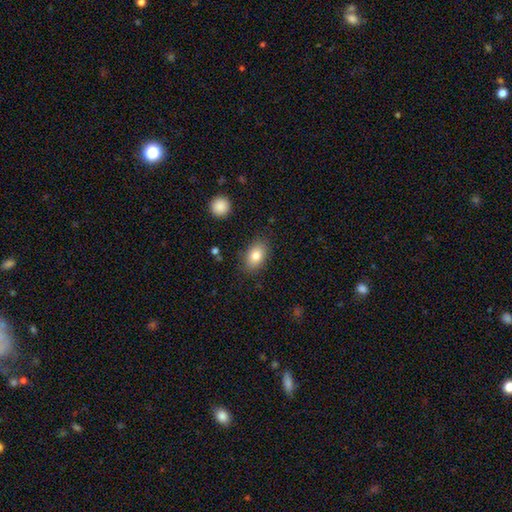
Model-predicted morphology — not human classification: smooth-or-featured: smooth: 83% | featured or disk: 10% | star or artifact: 8%
  how-rounded: in between: 86% | round: 12% | cigar-shaped: 2%
  merging: none: 83% | minor disturbance: 12% | major disturbance: 3% | merger: 2%